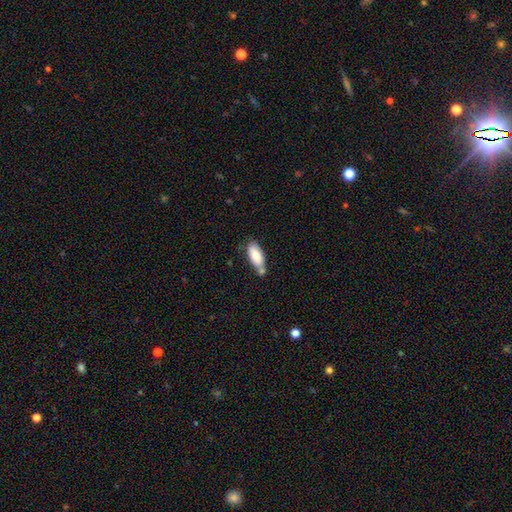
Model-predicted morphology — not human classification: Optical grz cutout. It shows a smooth galaxy with no disk features (81%) that is in between round and cigar-shaped (78%). Merging: none (48%).